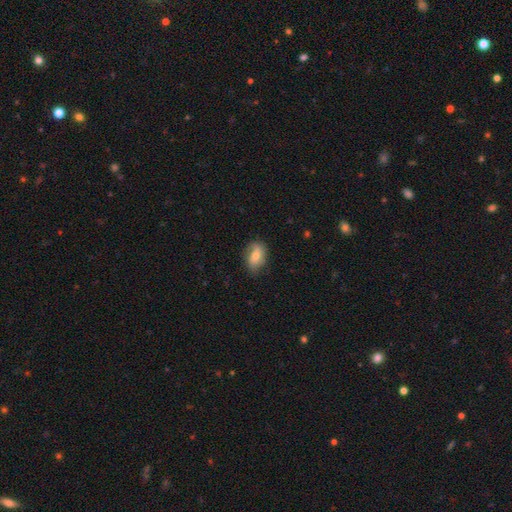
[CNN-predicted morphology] Smooth or featured: smooth — 57% (featured or disk — 35%)
How rounded: in between — 83% (round — 15%)
Merging: none — 68% (minor disturbance — 24%)